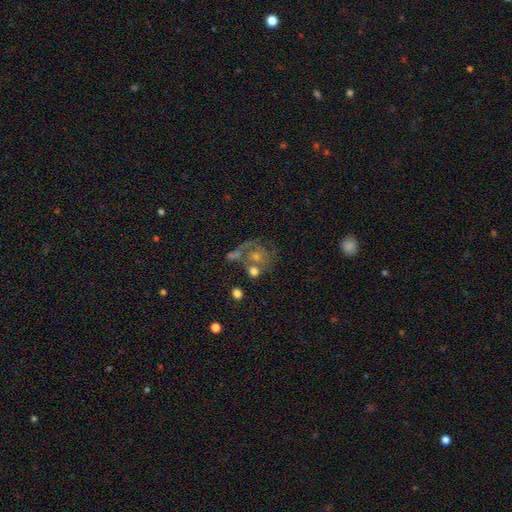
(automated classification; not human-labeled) Smooth or featured? featured or disk (57%)
Edge-on disk? no (97%)
Bar? no (82%)
Spiral arms? yes (58%)
Bulge size? moderate (46%)
Merging? none (41%)